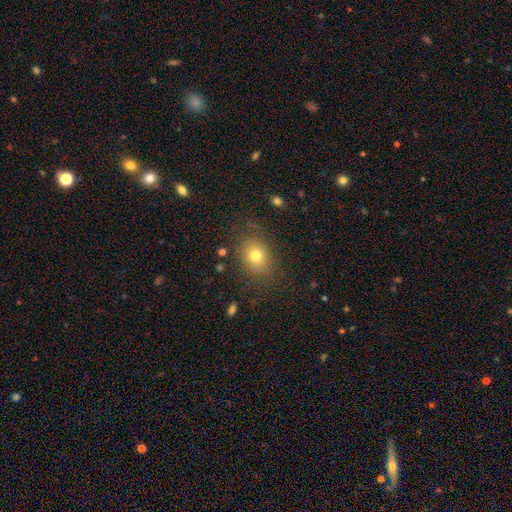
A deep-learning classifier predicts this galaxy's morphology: Smooth or featured?
  - smooth: 76% *
  - star or artifact: 13%
  - featured or disk: 11%
How rounded?
  - in between: 54% *
  - round: 45%
  - cigar-shaped: 1%
Merging?
  - none: 80% *
  - minor disturbance: 13%
  - major disturbance: 5%
  - merger: 2%